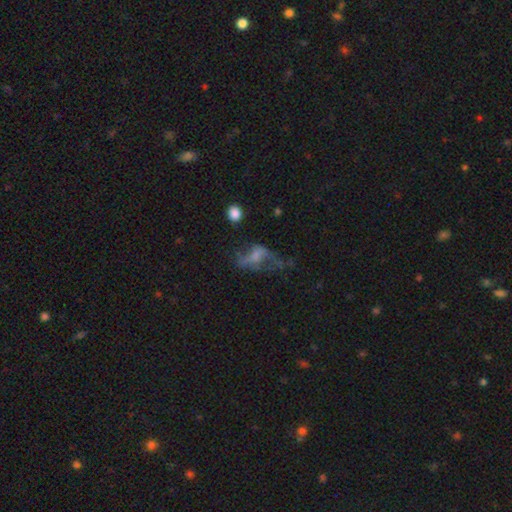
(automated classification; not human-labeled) smooth_or_featured: featured or disk (p=0.52) [alt: smooth p=0.30]
disk_edge_on: no (p=0.89) [alt: yes p=0.11]
merging: major disturbance (p=0.40) [alt: none p=0.35]